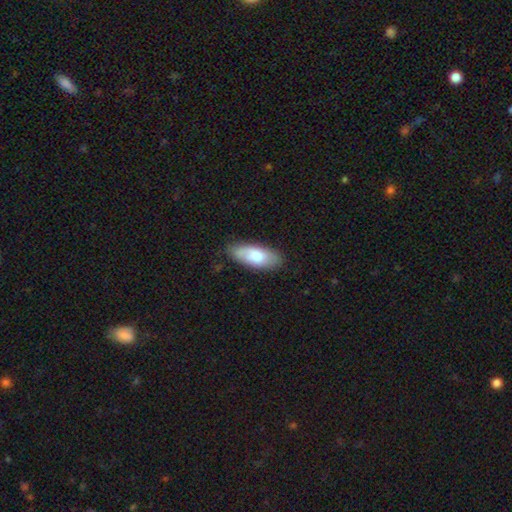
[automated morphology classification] Smooth or featured? smooth (73%)
How rounded? in between (83%)
Merging? none (76%)